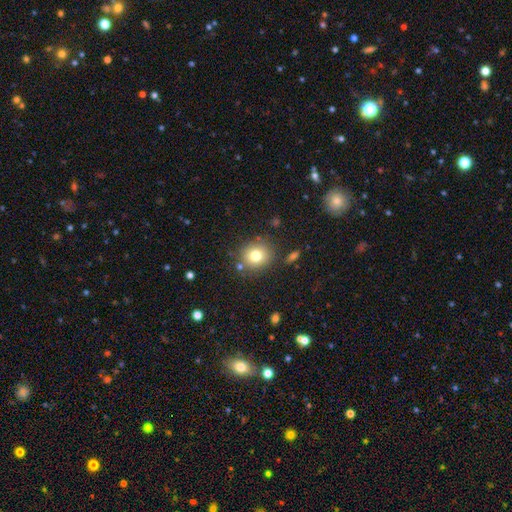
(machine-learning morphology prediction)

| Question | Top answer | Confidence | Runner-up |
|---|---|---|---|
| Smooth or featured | smooth | 77% | star or artifact (12%) |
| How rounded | round | 85% | in between (14%) |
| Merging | none | 82% | minor disturbance (10%) |